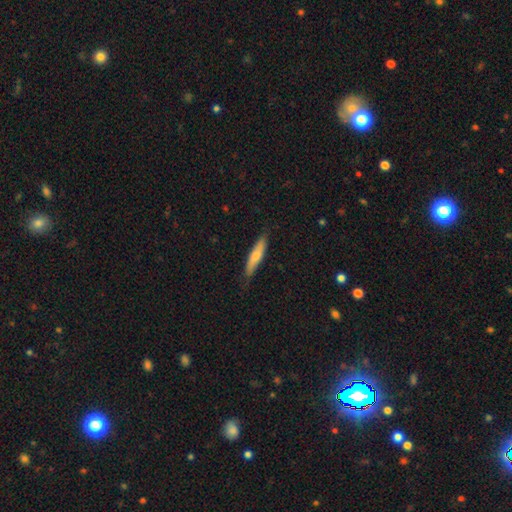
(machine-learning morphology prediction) Smooth or featured: smooth — 64% (featured or disk — 31%)
How rounded: cigar-shaped — 75% (in between — 23%)
Merging: none — 79% (minor disturbance — 17%)